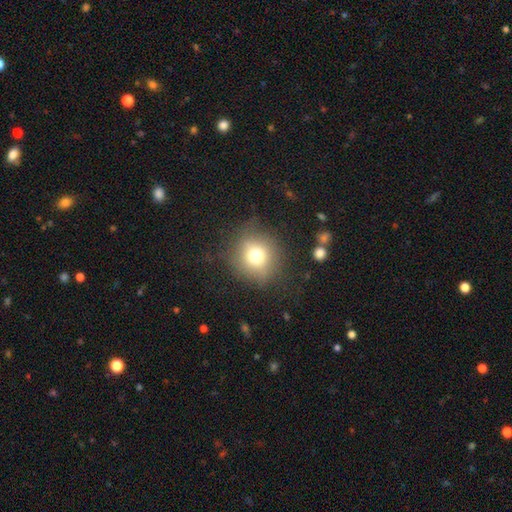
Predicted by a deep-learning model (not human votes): The model was most divided on "smooth or featured": smooth: 71%, featured or disk: 15%, star or artifact: 13%. More confident: how rounded — round (86%); merging — none (75%).